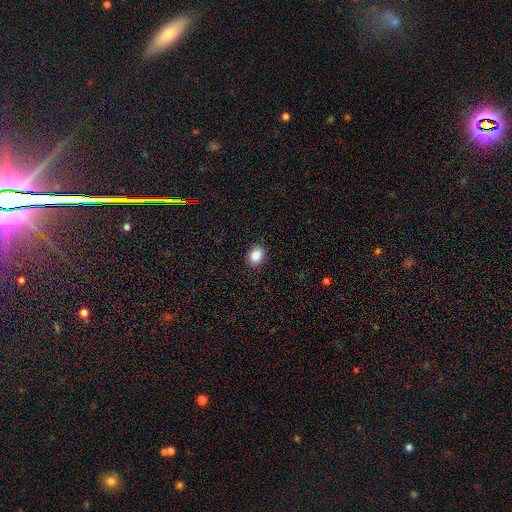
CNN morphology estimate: smooth_or_featured: smooth (p=0.87) [alt: star or artifact p=0.08]
how_rounded: in between (p=0.73) [alt: round p=0.26]
merging: none (p=0.90) [alt: minor disturbance p=0.07]